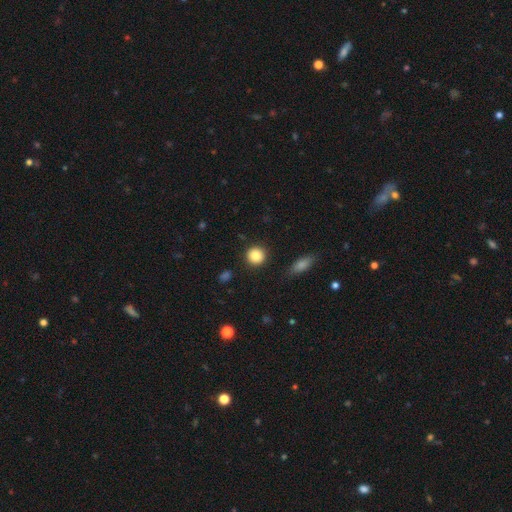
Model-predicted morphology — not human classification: Overall: smooth (87%). How rounded: round (92%). Merging: none (89%).